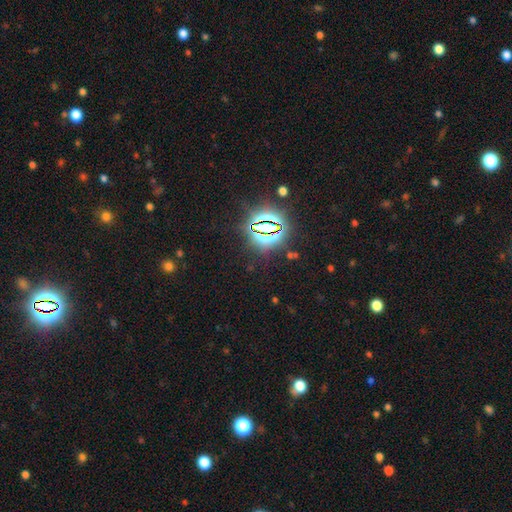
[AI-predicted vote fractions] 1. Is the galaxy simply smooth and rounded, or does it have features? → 82% star or artifact, 11% smooth, 7% featured or disk.